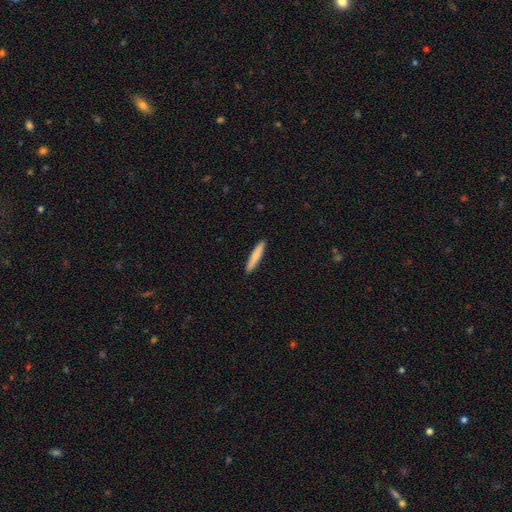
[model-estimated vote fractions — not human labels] A smooth galaxy with no disk features (75%) that is cigar-shaped (93%). Merging: none (92%).